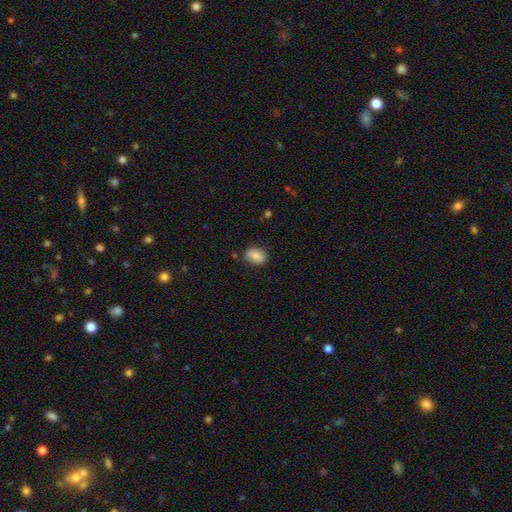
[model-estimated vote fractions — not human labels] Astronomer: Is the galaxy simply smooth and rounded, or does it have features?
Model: smooth — 85%.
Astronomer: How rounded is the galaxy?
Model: in between — 80%.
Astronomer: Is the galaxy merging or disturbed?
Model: none — 81%.